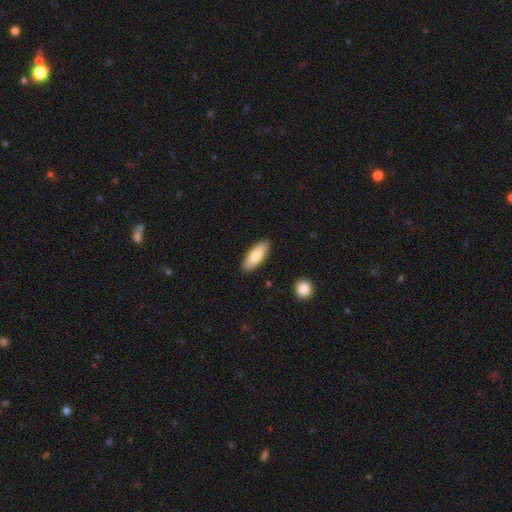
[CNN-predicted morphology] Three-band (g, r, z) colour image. It shows a smooth galaxy with no disk features (82%) that is in between round and cigar-shaped (70%). Merging: none (88%).